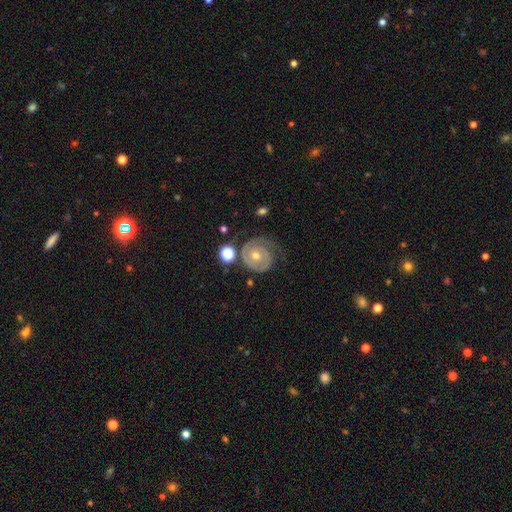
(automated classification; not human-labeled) smooth-or-featured: featured or disk: 86% | smooth: 8% | star or artifact: 6%
  disk-edge-on: no: 98% | yes: 2%
    bar: no: 74% | weak: 21% | strong: 5%
    has-spiral-arms: yes: 97% | no: 3%
      spiral-winding: tight: 76% | medium: 19% | loose: 4%
      spiral-arm-count: 2: 59% | 1: 26% | can't tell: 7% | 3: 4% | 4: 2% | more than 4: 1%
    bulge-size: moderate: 55% | small: 41% | large: 2% | none: 1% | dominant: 1%
  merging: none: 70% | minor disturbance: 17% | major disturbance: 9% | merger: 4%